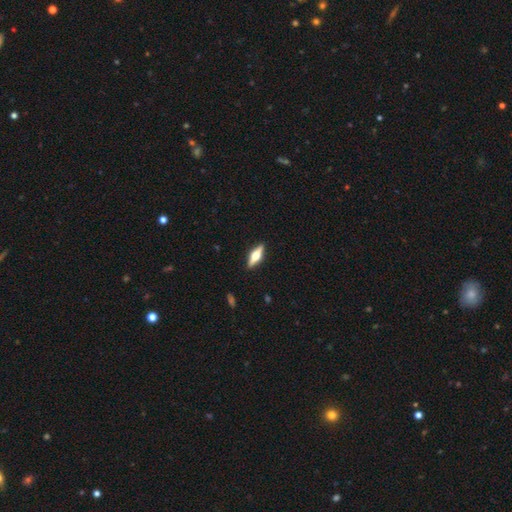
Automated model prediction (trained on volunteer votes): Smooth or featured? featured or disk (61%)
Edge-on disk? yes (95%)
Edge-on bulge? rounded (95%)
Merging? none (90%)